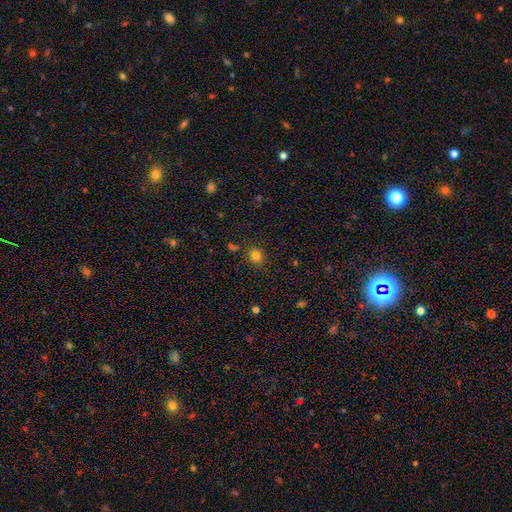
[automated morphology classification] type=smooth (79%); roundness=round (71%); merging=none (83%).